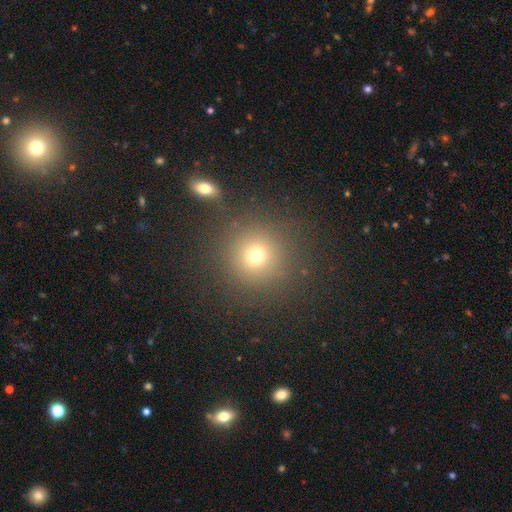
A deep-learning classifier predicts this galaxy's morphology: Smooth or featured? smooth (71%)
How rounded? round (93%)
Merging? none (84%)